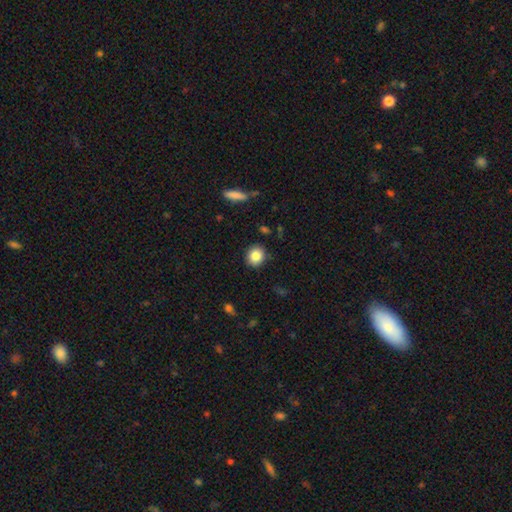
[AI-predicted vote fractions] Q: Smooth or featured?
A: smooth (84%); runner-up: star or artifact (9%)
Q: How rounded?
A: round (79%); runner-up: in between (20%)
Q: Merging?
A: none (89%); runner-up: minor disturbance (8%)